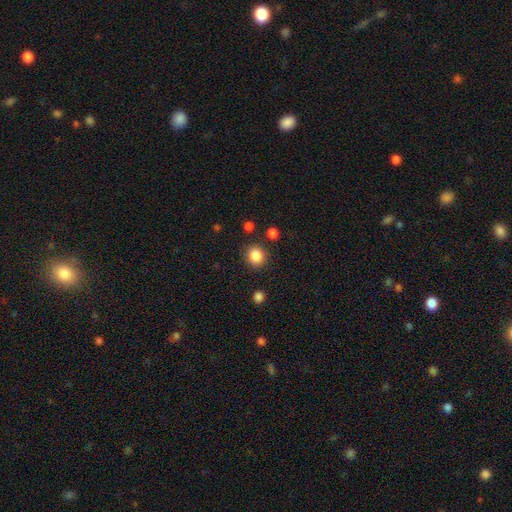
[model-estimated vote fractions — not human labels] smooth 86%, star or artifact 10%, featured or disk 4%. Down the decision tree: how rounded — round (85%); merging — none (86%).